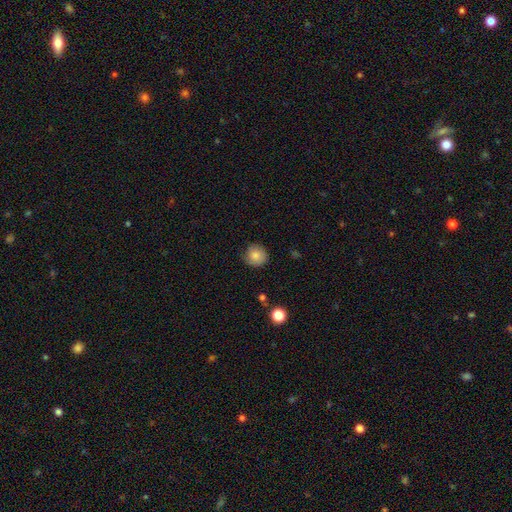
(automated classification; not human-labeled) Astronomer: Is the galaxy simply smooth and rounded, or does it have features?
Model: smooth — 84%.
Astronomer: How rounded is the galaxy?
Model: round — 91%.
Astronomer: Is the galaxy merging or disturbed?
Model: none — 81%.